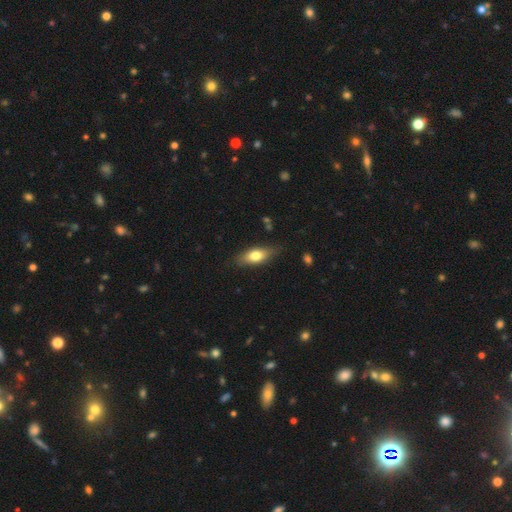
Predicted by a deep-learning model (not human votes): A smooth galaxy with no disk features (70%) that is in between round and cigar-shaped (73%).

Vote fractions:
- Smooth or featured? smooth: 70% / featured or disk: 24% / star or artifact: 6%
- How rounded? in between: 73% / cigar-shaped: 23% / round: 4%
- Merging? none: 79% / minor disturbance: 16% / major disturbance: 3% / merger: 2%